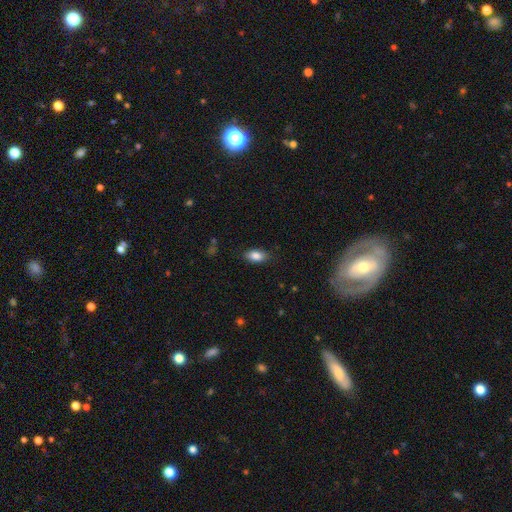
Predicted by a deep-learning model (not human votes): A smooth galaxy with no disk features (86%) that is in between round and cigar-shaped (91%).

Vote fractions:
- Smooth or featured? smooth: 86% / star or artifact: 7% / featured or disk: 7%
- How rounded? in between: 91% / round: 5% / cigar-shaped: 4%
- Merging? none: 85% / minor disturbance: 11% / major disturbance: 3% / merger: 1%